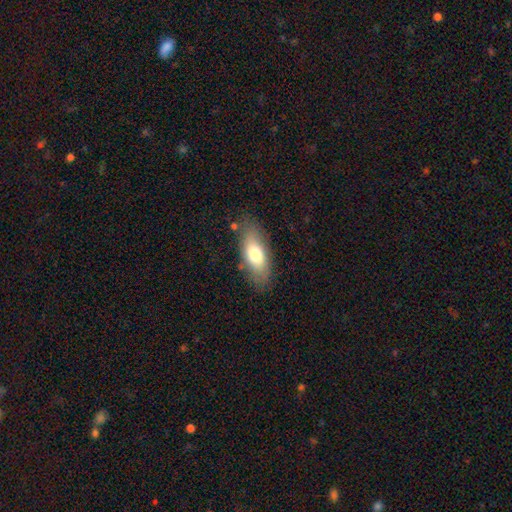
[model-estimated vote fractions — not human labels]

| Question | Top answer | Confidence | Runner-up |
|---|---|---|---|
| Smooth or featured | smooth | 69% | featured or disk (24%) |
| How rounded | in between | 77% | cigar-shaped (20%) |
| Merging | none | 82% | minor disturbance (13%) |